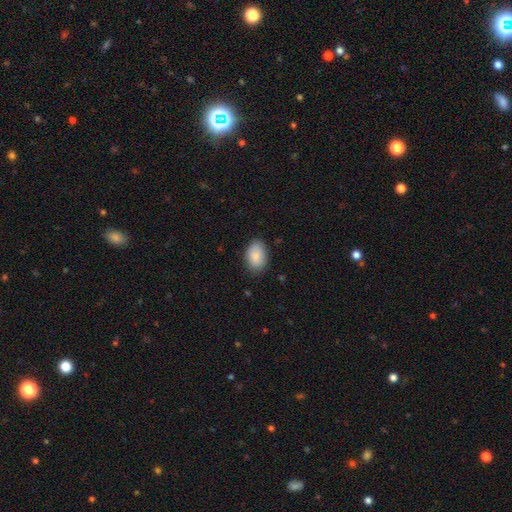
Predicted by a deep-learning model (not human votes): smooth_or_featured: smooth (p=0.88) [alt: star or artifact p=0.06]
how_rounded: in between (p=0.90) [alt: round p=0.08]
merging: none (p=0.83) [alt: minor disturbance p=0.13]